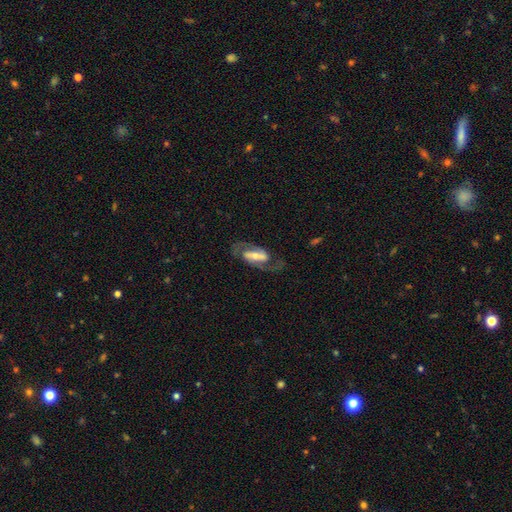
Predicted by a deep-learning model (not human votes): Smooth or featured: featured or disk — 84% (smooth — 11%)
Edge-on disk: no — 93% (yes — 7%)
Bar: strong — 59% (weak — 28%)
Spiral arms: yes — 91% (no — 9%)
Spiral winding: medium — 55% (loose — 24%)
Spiral arm count: 2 — 90% (can't tell — 4%)
Bulge size: moderate — 48% (small — 40%)
Merging: none — 74% (minor disturbance — 14%)